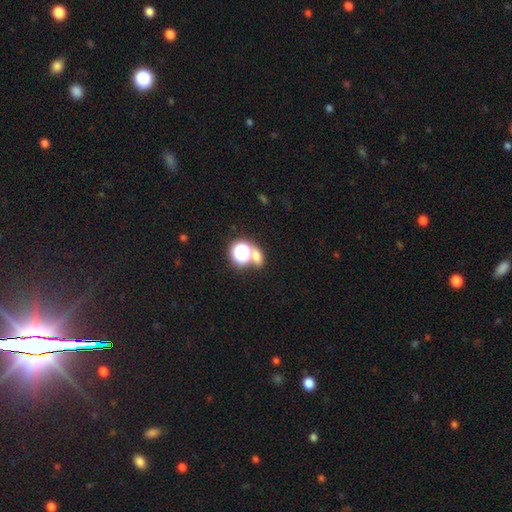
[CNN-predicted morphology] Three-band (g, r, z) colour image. It shows a smooth galaxy with no disk features (59%) that is round (53%). Merging: none (56%).